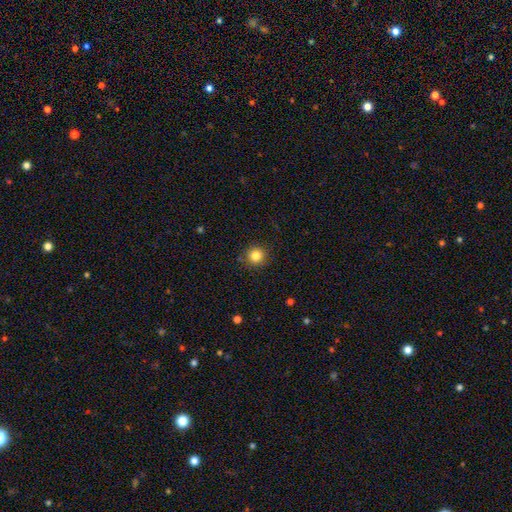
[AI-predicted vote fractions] Smooth or featured?
  - smooth: 83% *
  - star or artifact: 11%
  - featured or disk: 5%
How rounded?
  - round: 94% *
  - in between: 5%
  - cigar-shaped: 1%
Merging?
  - none: 89% *
  - minor disturbance: 7%
  - major disturbance: 2%
  - merger: 2%